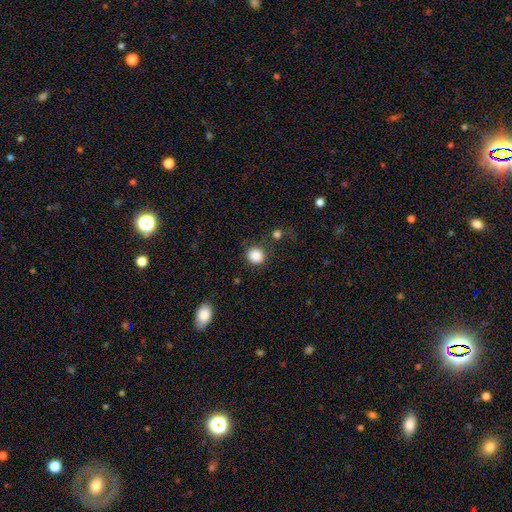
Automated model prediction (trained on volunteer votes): Overall: smooth (87%). How rounded: round (86%). Merging: none (80%).